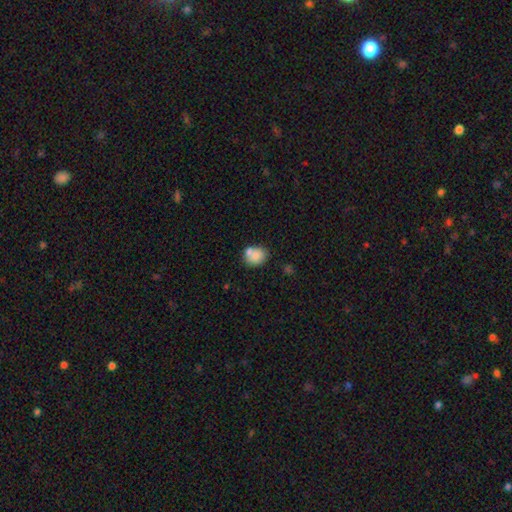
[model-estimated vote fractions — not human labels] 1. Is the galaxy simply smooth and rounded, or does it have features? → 78% smooth, 13% featured or disk, 9% star or artifact.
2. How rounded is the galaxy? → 61% round, 38% in between, 1% cigar-shaped.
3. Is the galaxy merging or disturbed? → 53% none, 30% merger, 13% minor disturbance, 4% major disturbance.